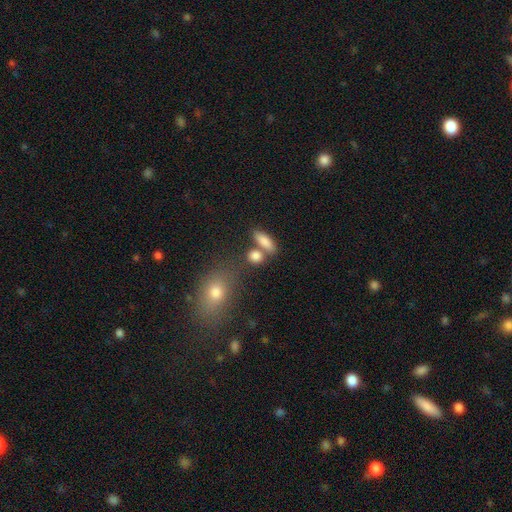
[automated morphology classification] smooth 83%, star or artifact 9%, featured or disk 8%. Down the decision tree: how rounded — in between (58%); merging — none (57%).